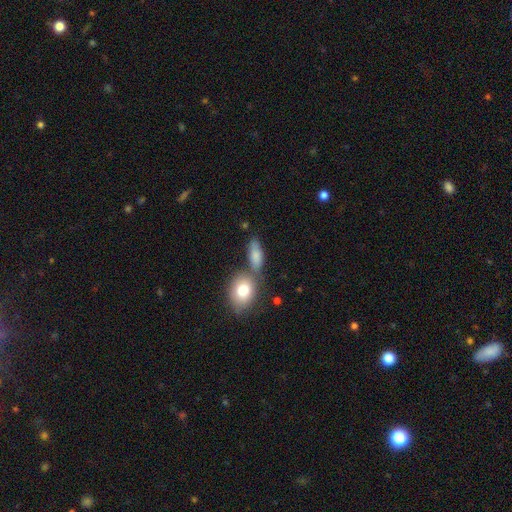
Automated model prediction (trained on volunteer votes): smooth_or_featured: smooth (p=0.79) [alt: featured or disk p=0.13]
how_rounded: in between (p=0.78) [alt: cigar-shaped p=0.14]
merging: none (p=0.49) [alt: merger p=0.29]